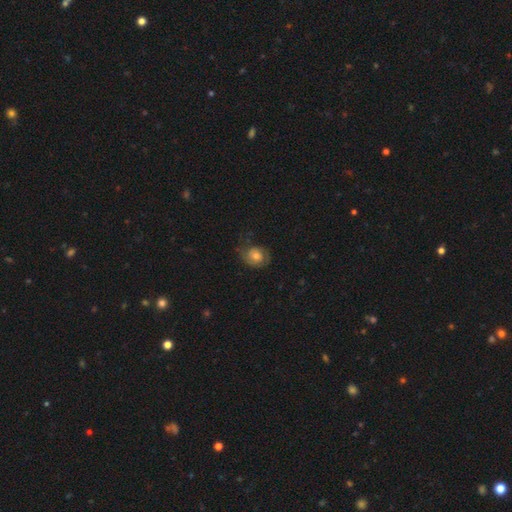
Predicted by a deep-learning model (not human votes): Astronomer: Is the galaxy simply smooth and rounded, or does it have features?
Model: smooth — 52% (runner-up: featured or disk, 39%).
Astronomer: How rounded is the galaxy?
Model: round — 71%.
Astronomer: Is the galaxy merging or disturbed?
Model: none — 58%.